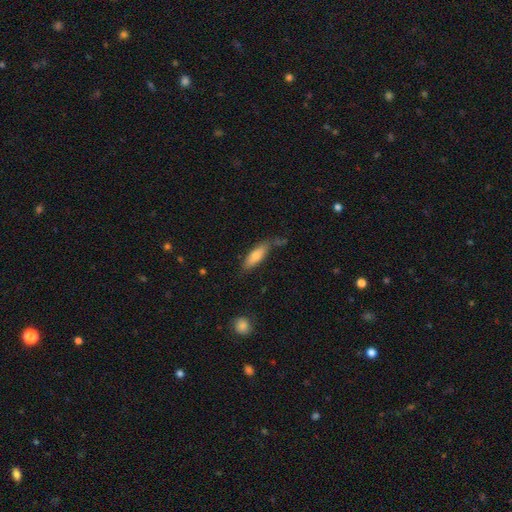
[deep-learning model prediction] Overall: smooth (74%). How rounded: in between (50%; cigar-shaped 48%). Merging: none (65%).